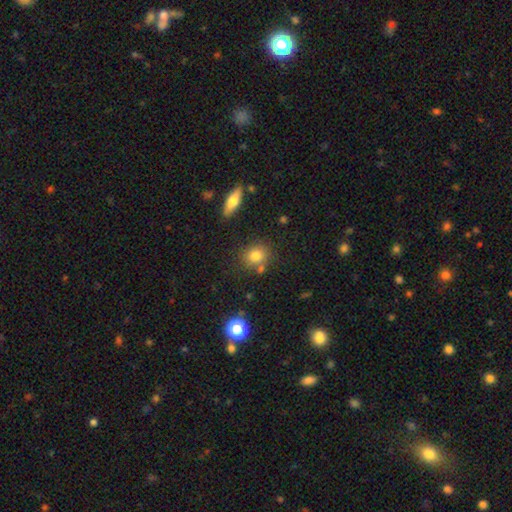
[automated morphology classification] Overall: smooth (79%). How rounded: round (71%). Merging: none (73%).